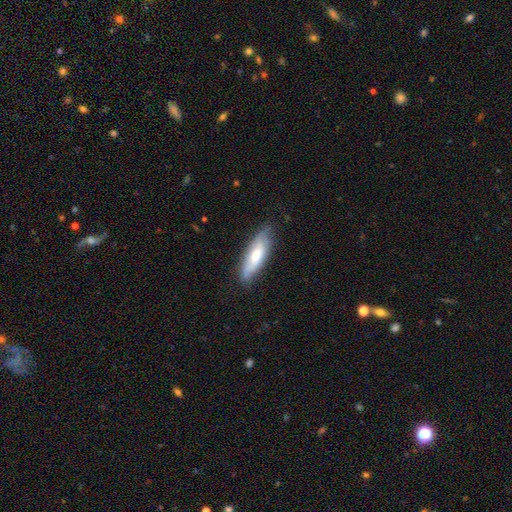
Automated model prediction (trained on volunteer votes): This is likely a smooth galaxy (61%). How rounded: possibly in between (51%). Merging: likely none (72%).